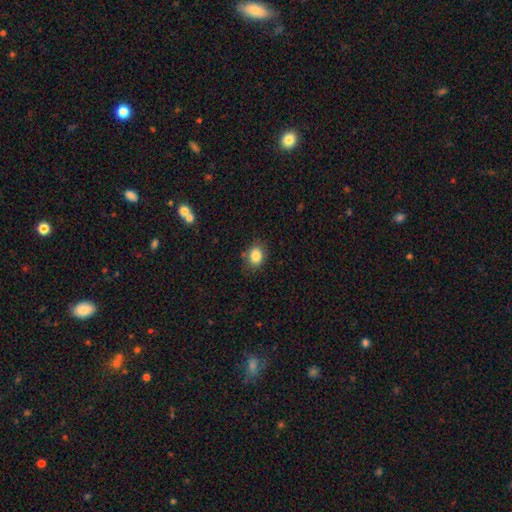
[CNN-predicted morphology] Q: Smooth or featured?
A: smooth (84%); runner-up: star or artifact (9%)
Q: How rounded?
A: in between (54%); runner-up: round (45%)
Q: Merging?
A: none (76%); runner-up: minor disturbance (17%)